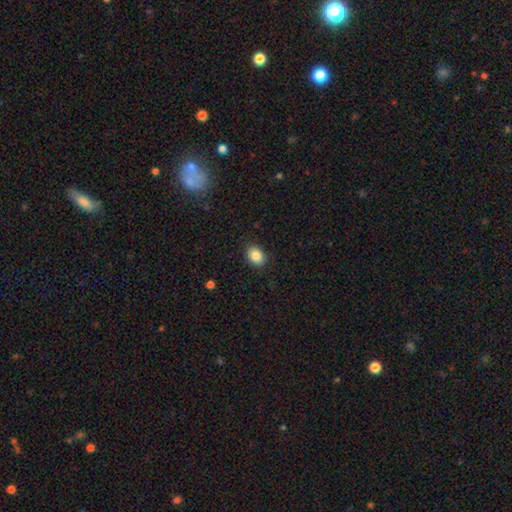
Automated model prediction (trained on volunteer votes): smooth_or_featured: smooth (p=0.86) [alt: star or artifact p=0.09]
how_rounded: in between (p=0.62) [alt: round p=0.37]
merging: none (p=0.88) [alt: minor disturbance p=0.09]